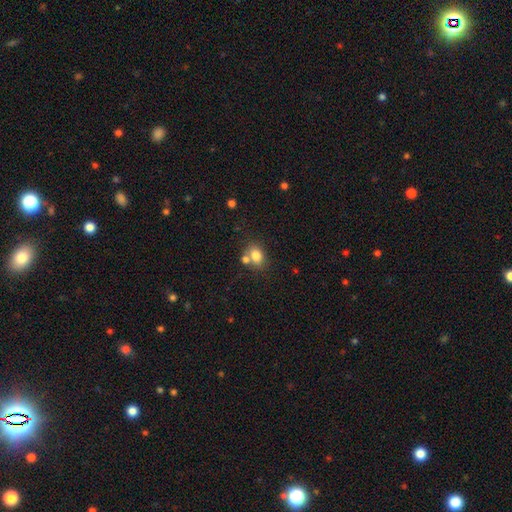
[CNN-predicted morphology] Smooth or featured? smooth (80%)
How rounded? in between (60%)
Merging? none (56%)